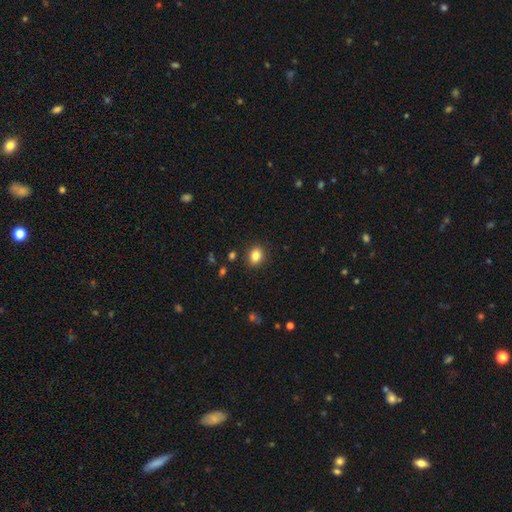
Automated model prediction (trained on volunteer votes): This appears to be a smooth galaxy with no disk features (83%) that is in between round and cigar-shaped (54%). Merging: none (88%).